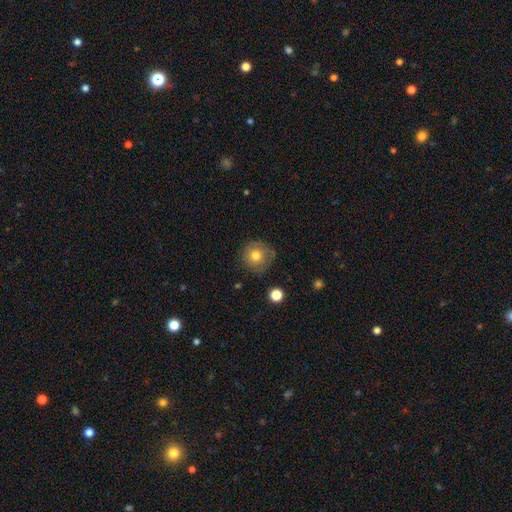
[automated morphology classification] The model was most divided on "smooth or featured": smooth: 77%, featured or disk: 13%, star or artifact: 10%. More confident: how rounded — round (94%); merging — none (81%).